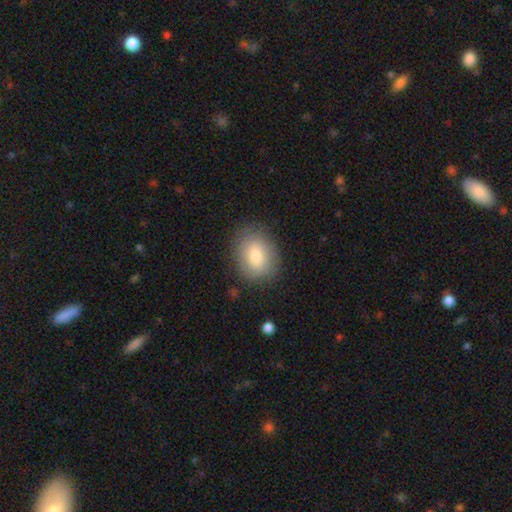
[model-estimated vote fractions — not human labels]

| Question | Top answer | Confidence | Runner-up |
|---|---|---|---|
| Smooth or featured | smooth | 79% | featured or disk (14%) |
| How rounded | in between | 57% | round (42%) |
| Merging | none | 83% | minor disturbance (12%) |